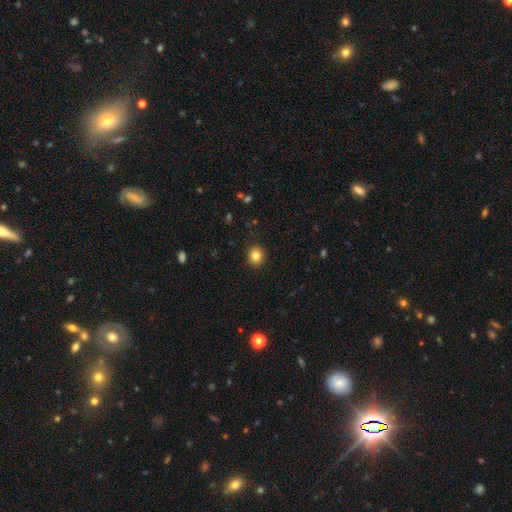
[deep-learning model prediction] Smooth or featured? smooth (84%)
How rounded? round (80%)
Merging? none (91%)